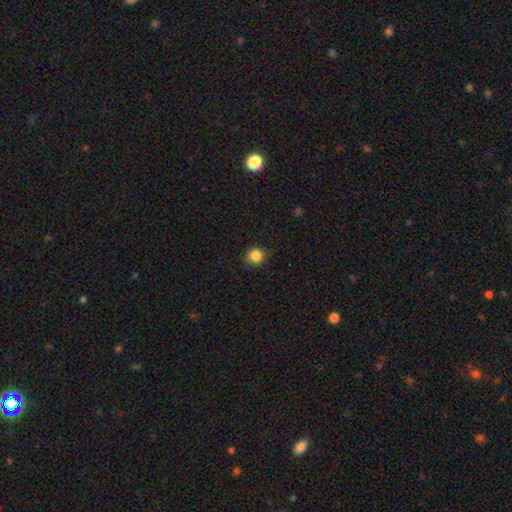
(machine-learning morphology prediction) type=smooth (85%); roundness=round (91%); merging=none (88%).